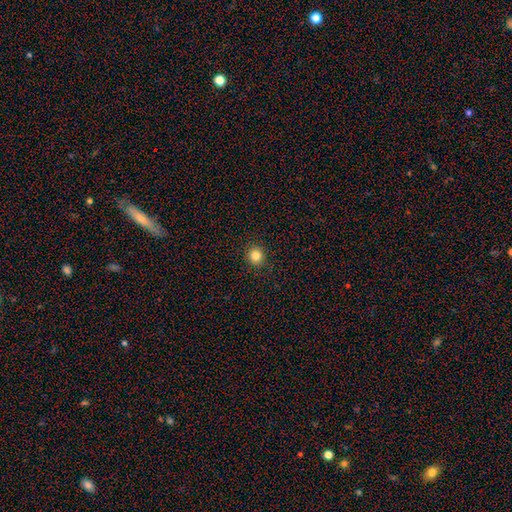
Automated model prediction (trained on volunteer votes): Smooth or featured? smooth (84%)
How rounded? round (92%)
Merging? none (92%)